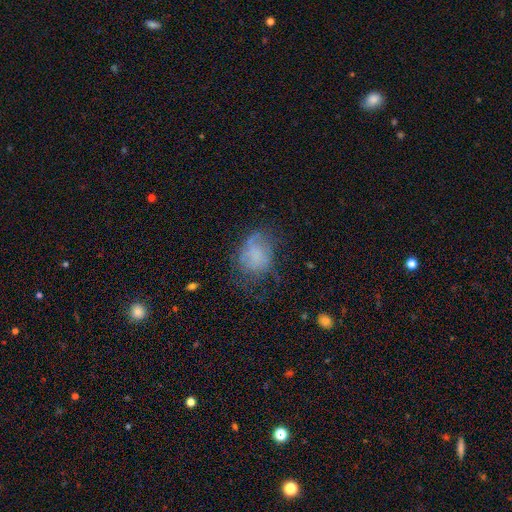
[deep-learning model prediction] smooth 57%, featured or disk 30%, star or artifact 13%. Down the decision tree: how rounded — in between (55%); merging — none (42%).